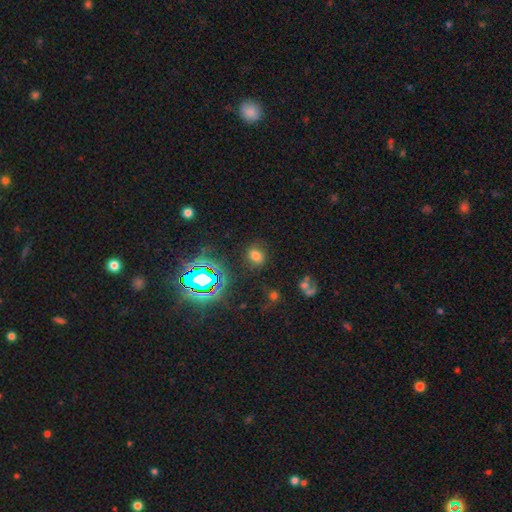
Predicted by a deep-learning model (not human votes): Q: Smooth or featured?
A: smooth (66%); runner-up: star or artifact (25%)
Q: How rounded?
A: round (54%); runner-up: in between (45%)
Q: Merging?
A: none (79%); runner-up: minor disturbance (13%)